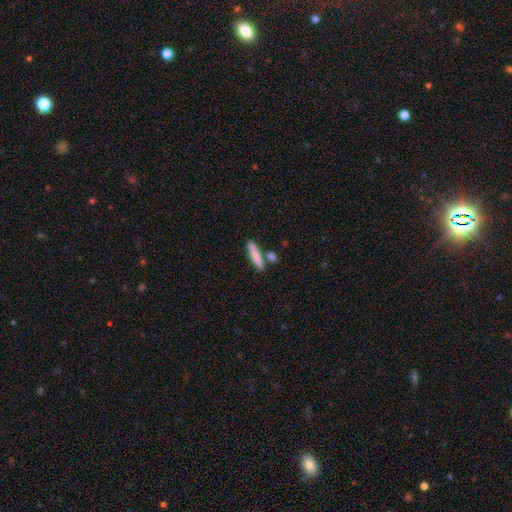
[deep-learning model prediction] Q: Smooth or featured?
A: smooth (79%); runner-up: featured or disk (15%)
Q: How rounded?
A: cigar-shaped (85%); runner-up: in between (13%)
Q: Merging?
A: none (70%); runner-up: merger (15%)